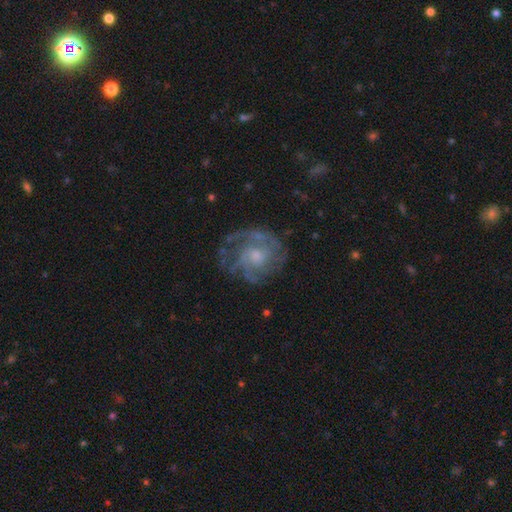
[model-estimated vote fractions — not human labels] Smooth or featured? featured or disk (81%)
Edge-on disk? no (98%)
Bar? no (71%)
Spiral arms? yes (90%)
Spiral winding? tight (50%)
Spiral arm count? can't tell (33%)
Bulge size? moderate (47%)
Merging? none (67%)